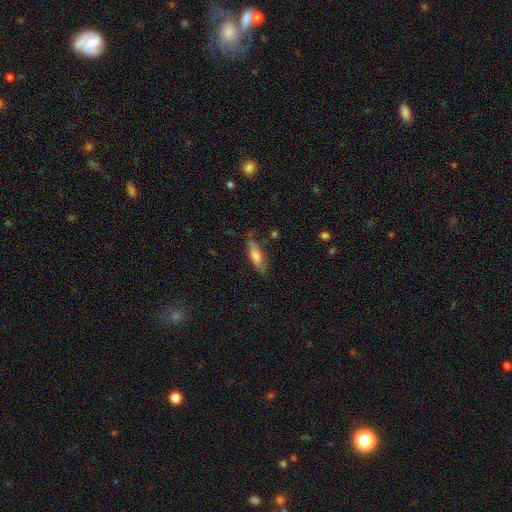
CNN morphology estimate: This appears to be a smooth galaxy with no disk features (61%) that is cigar-shaped (62%). Merging: none (71%).